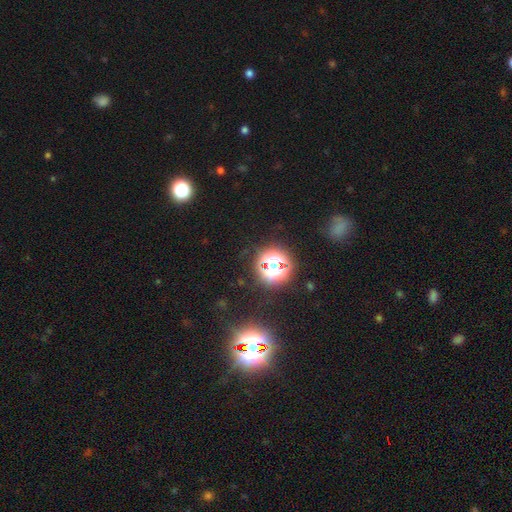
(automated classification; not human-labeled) Smooth or featured: star or artifact — 78% (smooth — 16%)